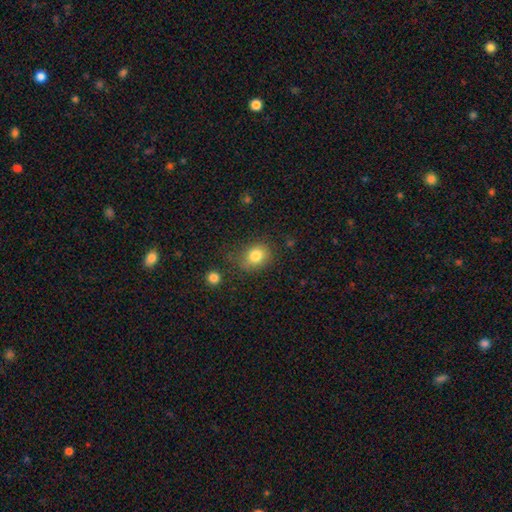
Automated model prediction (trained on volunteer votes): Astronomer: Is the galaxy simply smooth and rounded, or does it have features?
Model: smooth — 82%.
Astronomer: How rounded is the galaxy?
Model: round — 57% (runner-up: in between, 42%).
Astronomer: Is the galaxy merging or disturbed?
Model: none — 68%.